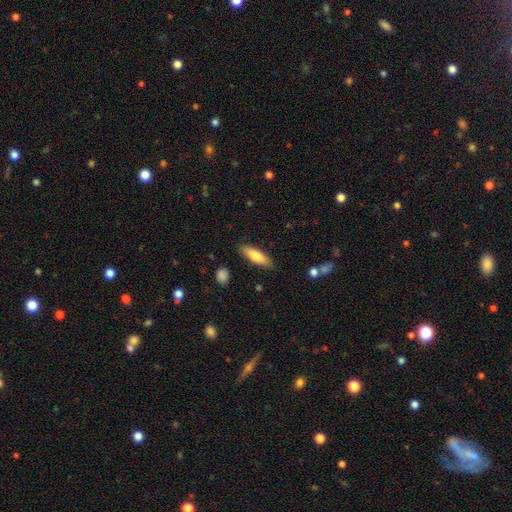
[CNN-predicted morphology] This appears to be a smooth galaxy with no disk features (76%) that is cigar-shaped (51%). Merging: none (85%).